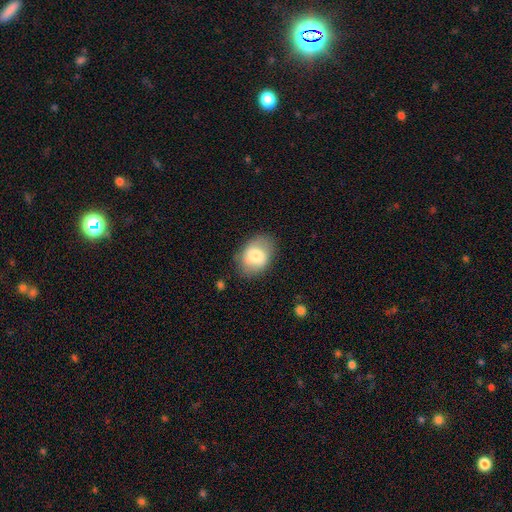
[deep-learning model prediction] Morphology: type=smooth (72%); roundness=in between (78%); merging=none (76%).